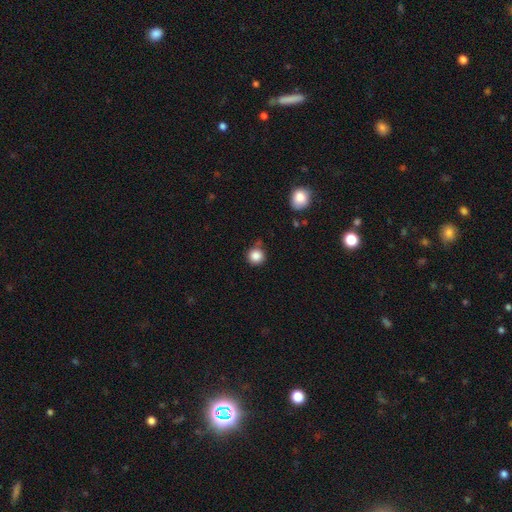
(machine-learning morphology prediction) smooth_or_featured: smooth (p=0.86) [alt: star or artifact p=0.10]
how_rounded: round (p=0.94) [alt: in between p=0.05]
merging: none (p=0.76) [alt: minor disturbance p=0.15]